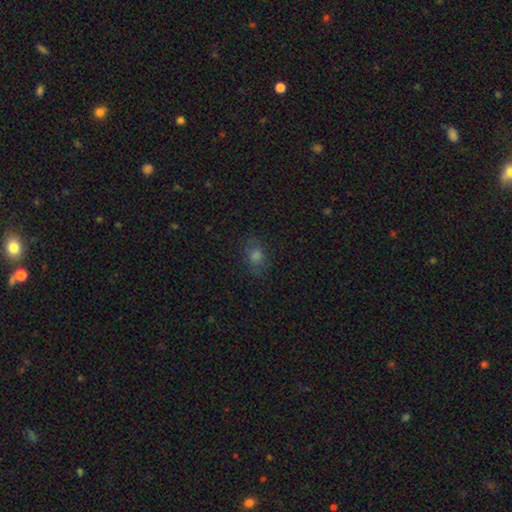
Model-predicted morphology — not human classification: Smooth or featured? smooth (67%)
How rounded? in between (52%)
Merging? none (82%)